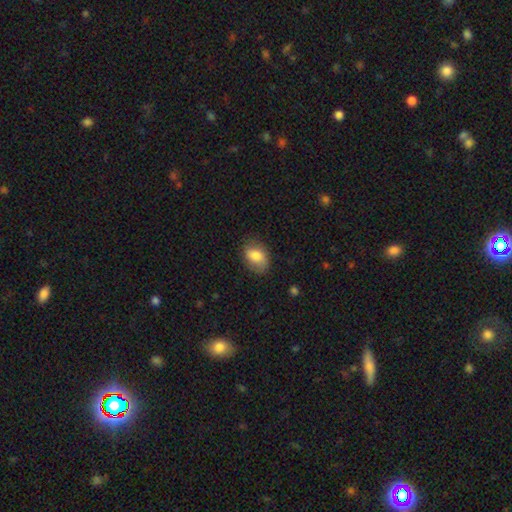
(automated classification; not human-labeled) This appears to be a smooth galaxy with no disk features (79%) that is in between round and cigar-shaped (79%). Merging: none (72%).